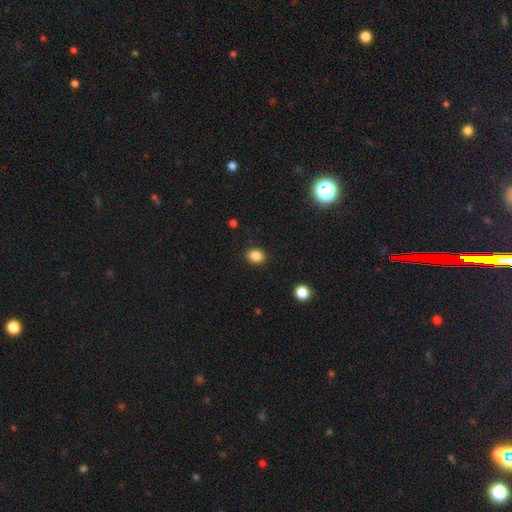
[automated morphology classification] A smooth galaxy with no disk features (86%) that is in between round and cigar-shaped (53%).

Vote fractions:
- Smooth or featured? smooth: 86% / star or artifact: 10% / featured or disk: 4%
- How rounded? in between: 53% / round: 46% / cigar-shaped: 1%
- Merging? none: 90% / minor disturbance: 7% / major disturbance: 2% / merger: 1%